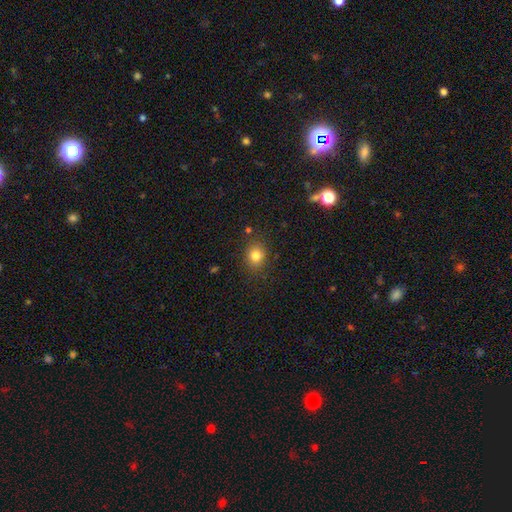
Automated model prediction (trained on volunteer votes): This is clearly a smooth galaxy (80%). How rounded: likely round (63%). Merging: clearly none (84%).